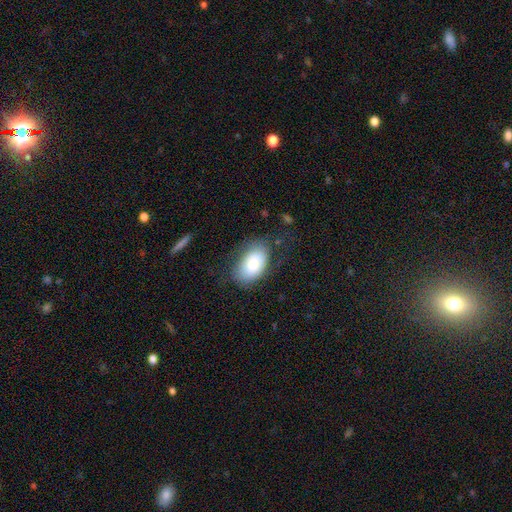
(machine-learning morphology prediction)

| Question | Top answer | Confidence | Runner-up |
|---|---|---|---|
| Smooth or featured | smooth | 73% | featured or disk (18%) |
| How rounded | in between | 90% | round (9%) |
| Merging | none | 63% | minor disturbance (22%) |